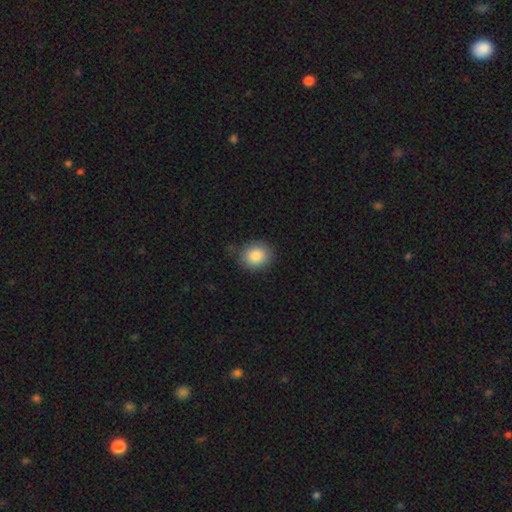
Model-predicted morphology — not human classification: smooth_or_featured: smooth (p=0.85) [alt: star or artifact p=0.08]
how_rounded: round (p=0.67) [alt: in between p=0.32]
merging: none (p=0.81) [alt: minor disturbance p=0.14]